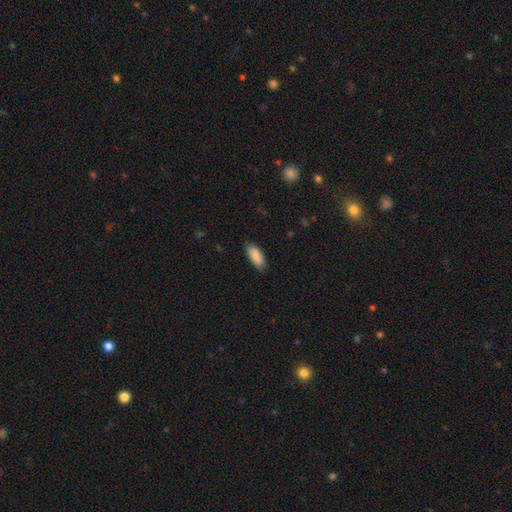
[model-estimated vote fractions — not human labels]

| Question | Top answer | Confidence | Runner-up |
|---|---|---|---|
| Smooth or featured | smooth | 89% | star or artifact (6%) |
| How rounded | in between | 83% | cigar-shaped (15%) |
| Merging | none | 82% | minor disturbance (15%) |